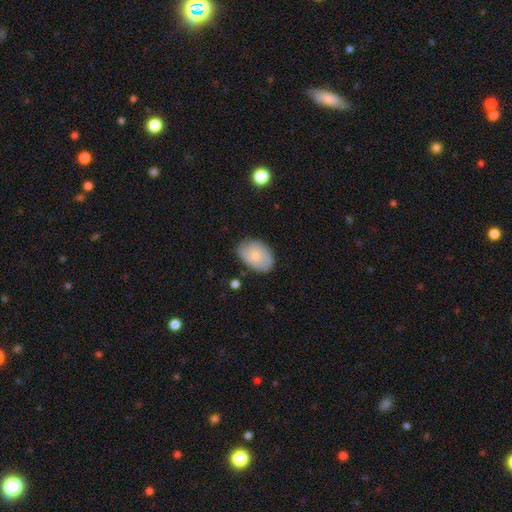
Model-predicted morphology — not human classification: Smooth or featured?
  - smooth: 64% *
  - featured or disk: 29%
  - star or artifact: 7%
How rounded?
  - in between: 82% *
  - round: 17%
  - cigar-shaped: 1%
Merging?
  - none: 76% *
  - minor disturbance: 18%
  - major disturbance: 4%
  - merger: 2%